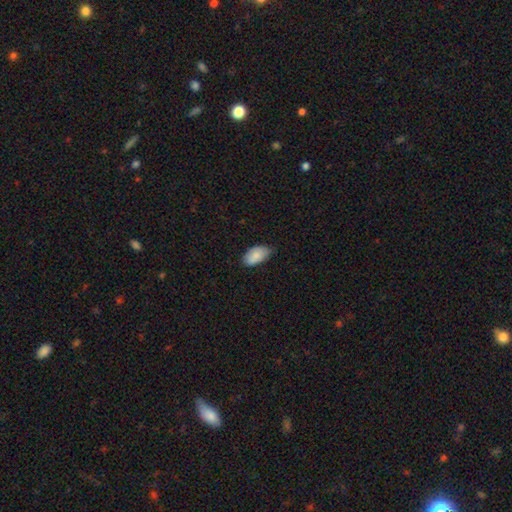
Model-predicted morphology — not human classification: type=smooth (84%); roundness=in between (95%); merging=none (65%).